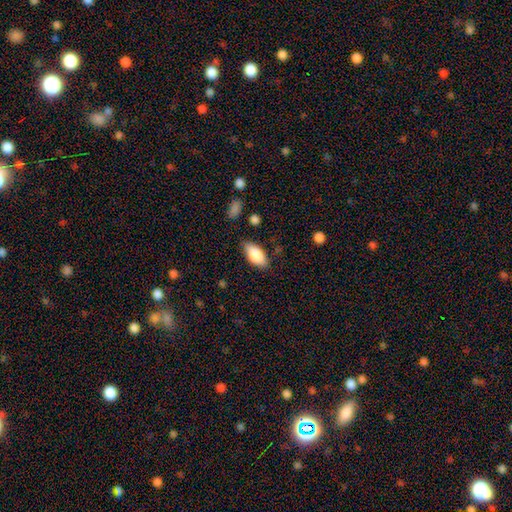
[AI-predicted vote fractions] smooth_or_featured: smooth (p=0.80) [alt: featured or disk p=0.13]
how_rounded: in between (p=0.89) [alt: cigar-shaped p=0.08]
merging: none (p=0.81) [alt: minor disturbance p=0.14]